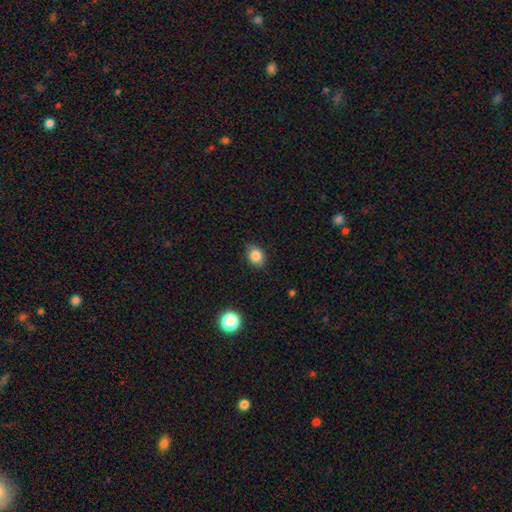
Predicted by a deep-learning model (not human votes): Smooth or featured? Predicted: smooth (p=0.84). How rounded? Predicted: in between (p=0.56). Merging? Predicted: none (p=0.79).